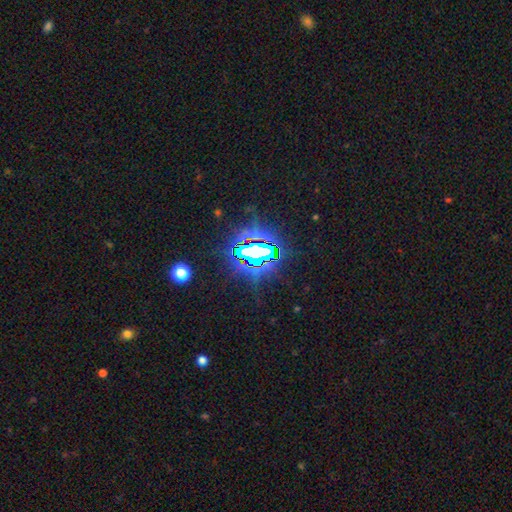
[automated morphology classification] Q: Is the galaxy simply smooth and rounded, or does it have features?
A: star or artifact — 75%.